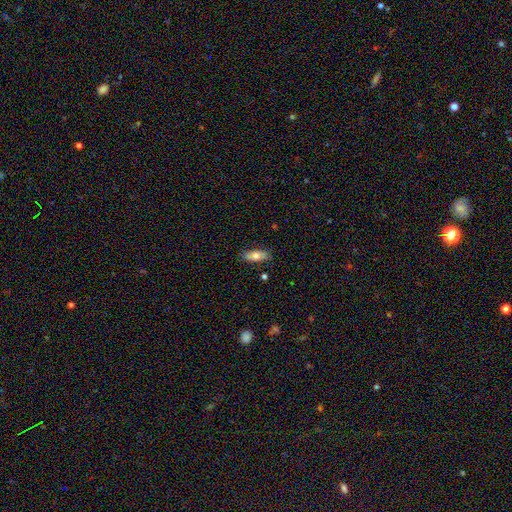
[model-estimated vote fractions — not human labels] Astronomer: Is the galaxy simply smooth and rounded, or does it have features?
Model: smooth — 72%.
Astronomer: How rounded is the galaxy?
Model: in between — 76%.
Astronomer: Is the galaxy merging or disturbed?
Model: none — 83%.